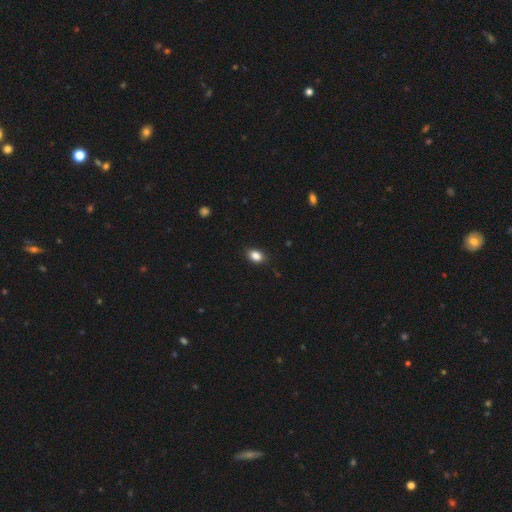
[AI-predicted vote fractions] Smooth or featured? Predicted: smooth (p=0.87). How rounded? Predicted: in between (p=0.81). Merging? Predicted: none (p=0.85).